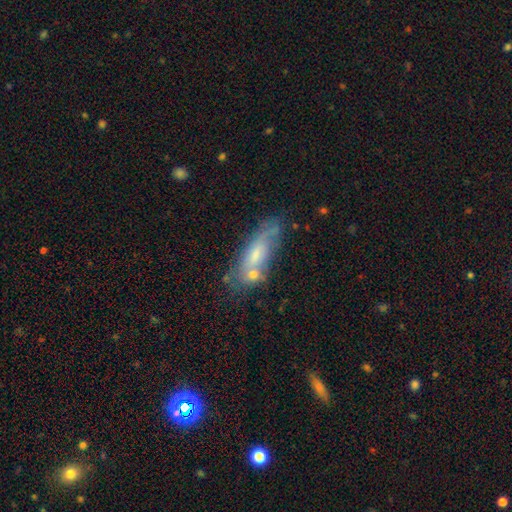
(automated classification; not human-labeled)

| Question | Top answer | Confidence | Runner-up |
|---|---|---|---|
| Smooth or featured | smooth | 49% | featured or disk (42%) |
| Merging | none | 52% | minor disturbance (22%) |